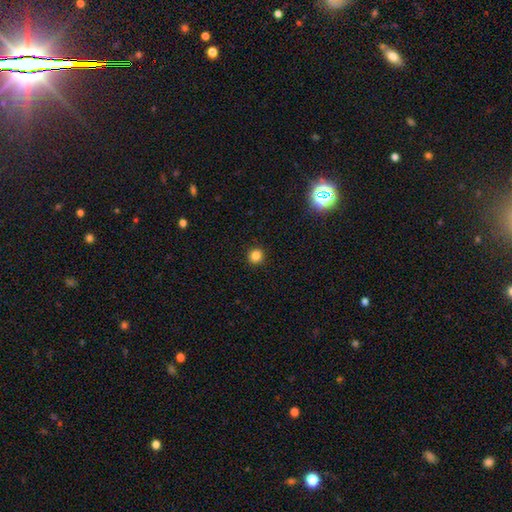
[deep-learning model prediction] A smooth galaxy with no disk features (83%) that is round (91%). Merging: none (92%).